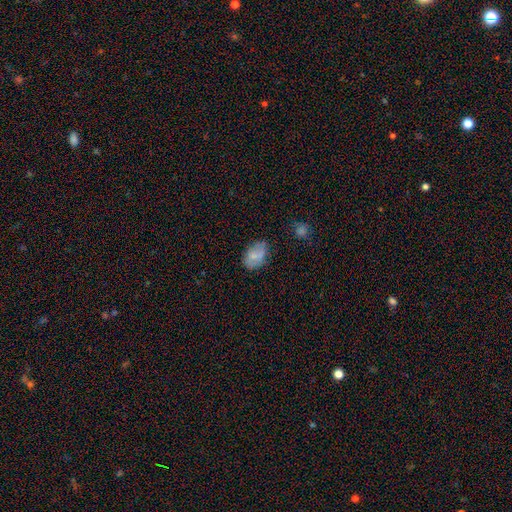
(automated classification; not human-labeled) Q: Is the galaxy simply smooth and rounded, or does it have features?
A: smooth — 73%.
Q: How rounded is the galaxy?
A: in between — 85%.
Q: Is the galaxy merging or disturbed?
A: none — 66%.